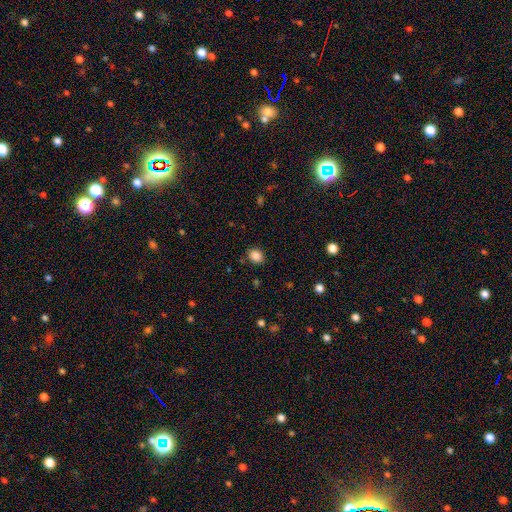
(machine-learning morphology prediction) A smooth galaxy with no disk features (87%) that is round (52%).

Vote fractions:
- Smooth or featured? smooth: 87% / star or artifact: 10% / featured or disk: 3%
- How rounded? round: 52% / in between: 47% / cigar-shaped: 1%
- Merging? none: 86% / minor disturbance: 10% / major disturbance: 3% / merger: 2%